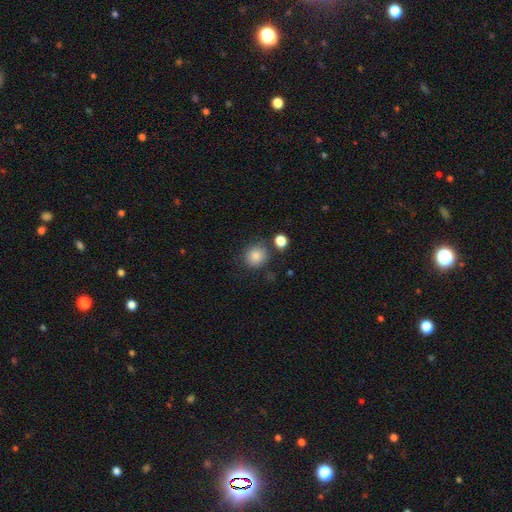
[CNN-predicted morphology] Smooth or featured: smooth — 84% (star or artifact — 11%)
How rounded: round — 88% (in between — 11%)
Merging: none — 80% (minor disturbance — 11%)